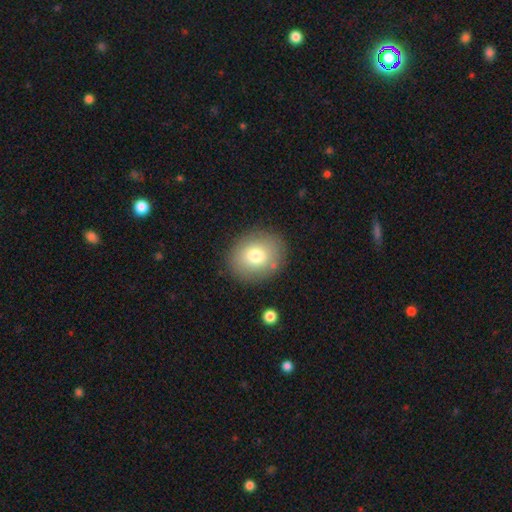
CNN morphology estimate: Q: Smooth or featured?
A: smooth (76%); runner-up: featured or disk (14%)
Q: How rounded?
A: round (65%); runner-up: in between (34%)
Q: Merging?
A: none (85%); runner-up: minor disturbance (10%)